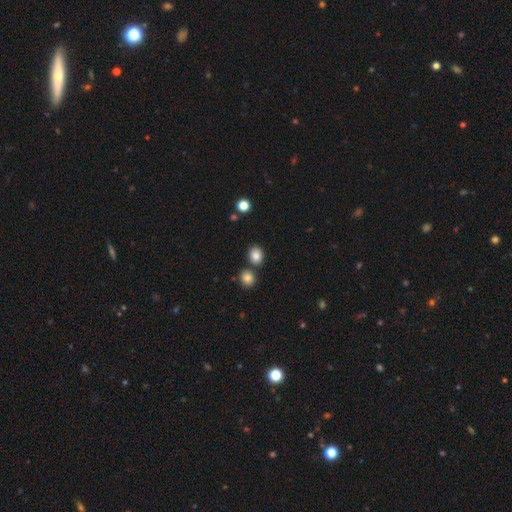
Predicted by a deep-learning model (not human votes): This is clearly a smooth galaxy (84%). How rounded: likely round (62%). Merging: likely none (75%).